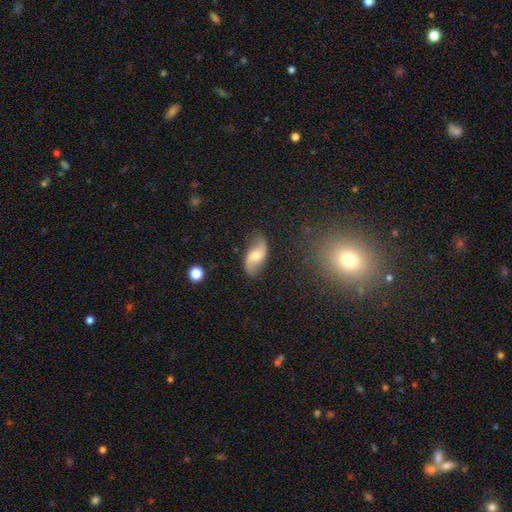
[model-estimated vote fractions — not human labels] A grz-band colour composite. It shows a featured or disk galaxy (67%) with no bar (52%), 2 (92%) loose (77%) spiral arms (93%) and a moderate central bulge (51%). Merging: none (78%).